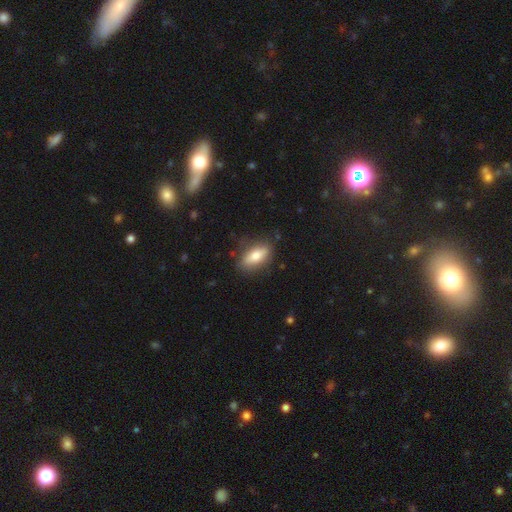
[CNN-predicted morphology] smooth 72%, featured or disk 21%, star or artifact 6%. Down the decision tree: how rounded — in between (79%); merging — none (80%).